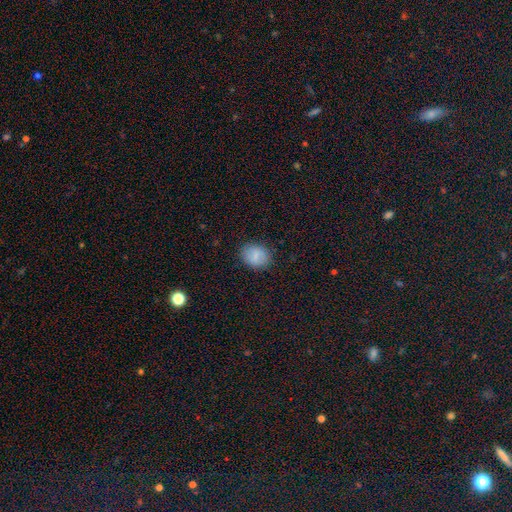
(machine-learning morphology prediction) Q: Smooth or featured?
A: smooth (77%); runner-up: featured or disk (14%)
Q: How rounded?
A: round (56%); runner-up: in between (43%)
Q: Merging?
A: none (85%); runner-up: minor disturbance (10%)